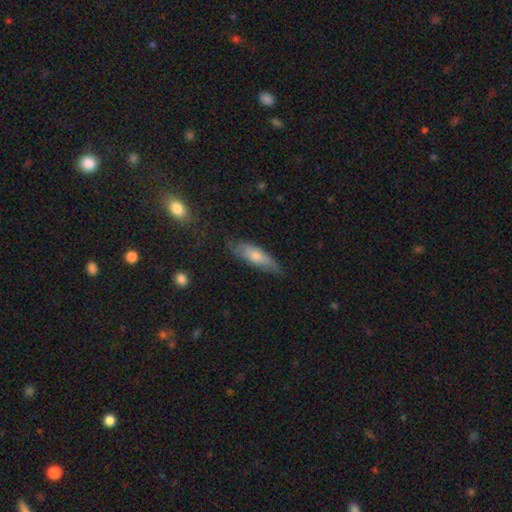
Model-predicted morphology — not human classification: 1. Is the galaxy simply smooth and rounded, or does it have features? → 59% smooth, 34% featured or disk, 6% star or artifact.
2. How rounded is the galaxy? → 52% cigar-shaped, 45% in between, 2% round.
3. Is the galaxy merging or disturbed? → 72% none, 22% minor disturbance, 5% major disturbance, 2% merger.